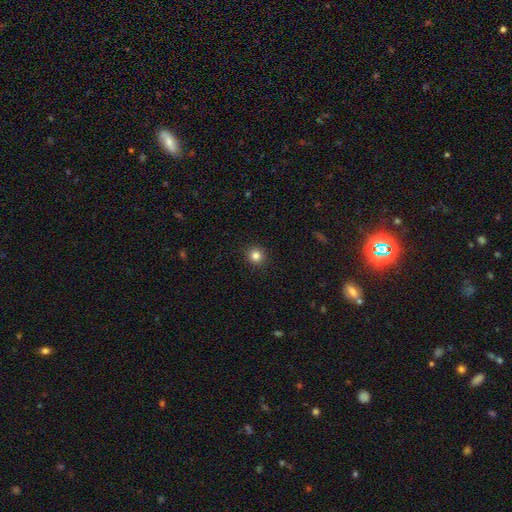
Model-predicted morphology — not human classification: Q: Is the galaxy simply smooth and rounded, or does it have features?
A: smooth — 83%.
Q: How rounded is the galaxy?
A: round — 92%.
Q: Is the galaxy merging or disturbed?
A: none — 92%.